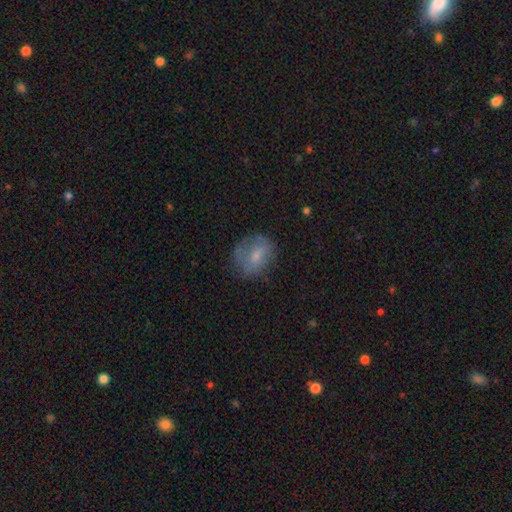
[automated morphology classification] type=smooth (64%); roundness=round (51%); merging=none (59%).